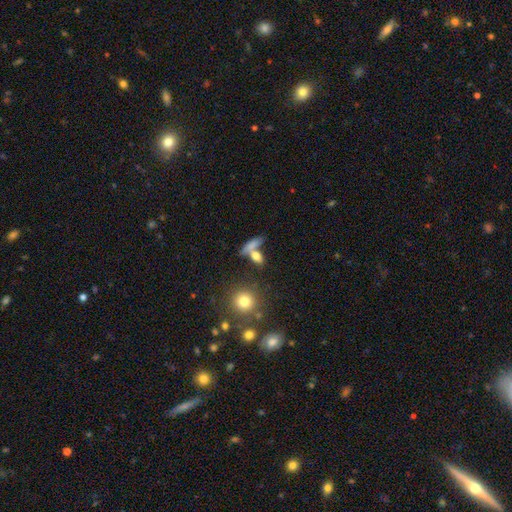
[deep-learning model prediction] smooth_or_featured: smooth (p=0.71) [alt: featured or disk p=0.18]
how_rounded: in between (p=0.54) [alt: cigar-shaped p=0.30]
merging: none (p=0.44) [alt: merger p=0.38]